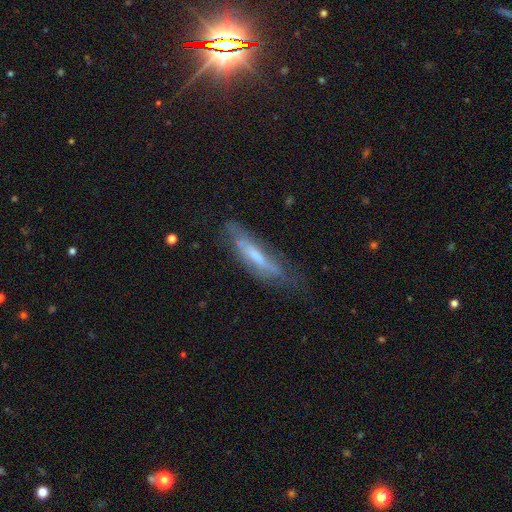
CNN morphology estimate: Smooth or featured? featured or disk (53%)
Edge-on disk? yes (57%)
Merging? none (59%)